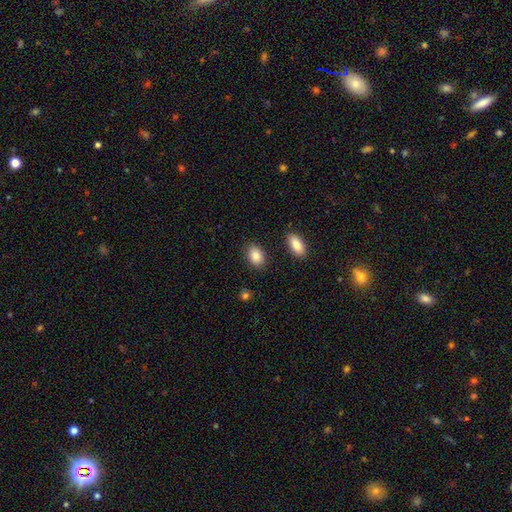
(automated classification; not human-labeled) Q: Smooth or featured?
A: smooth (87%); runner-up: star or artifact (7%)
Q: How rounded?
A: in between (83%); runner-up: round (16%)
Q: Merging?
A: none (85%); runner-up: minor disturbance (9%)